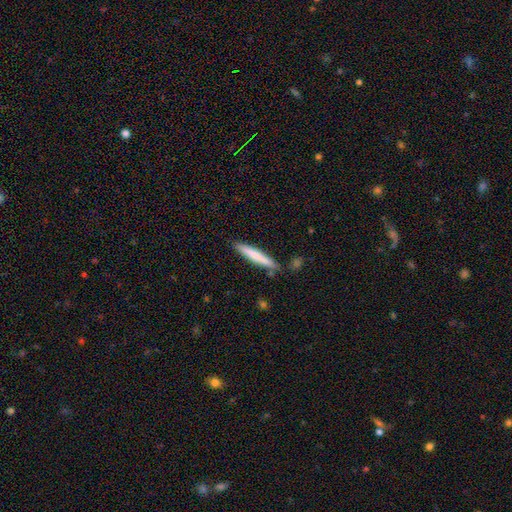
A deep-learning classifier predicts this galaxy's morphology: This is likely a smooth galaxy (69%). How rounded: clearly cigar-shaped (94%). Merging: clearly none (85%).